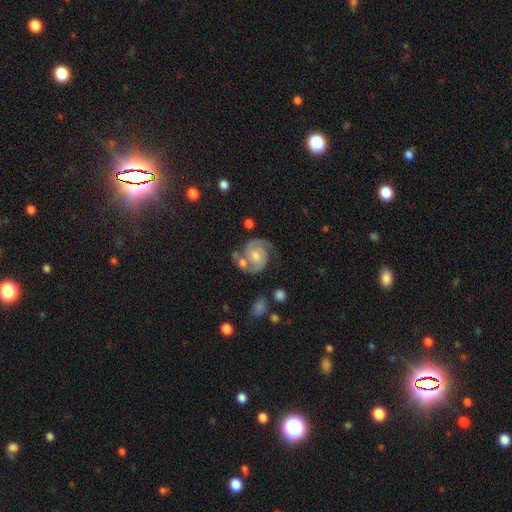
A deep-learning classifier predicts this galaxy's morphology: The model was most divided on "spiral winding": medium: 46%, tight: 44%, loose: 10%. More confident: edge-on disk — no (98%); spiral arms — yes (96%); spiral arm count — 2 (87%); smooth or featured — featured or disk (84%); merging — none (63%); bar — no (61%); bulge size — moderate (58%).